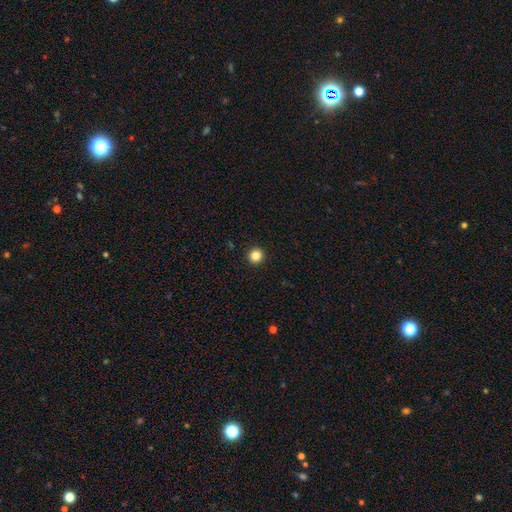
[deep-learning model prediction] Morphology: type=smooth (84%); roundness=round (96%); merging=none (94%).